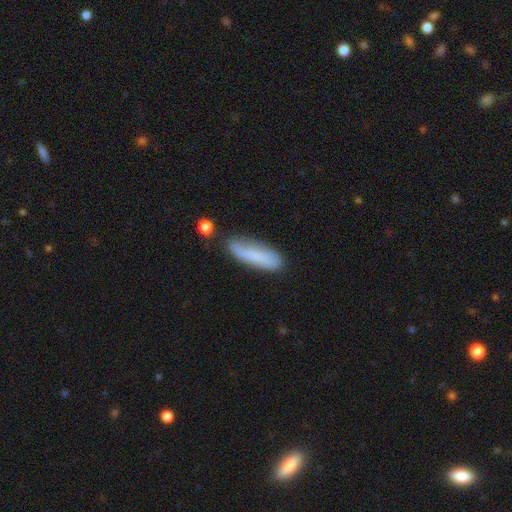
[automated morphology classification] Smooth or featured: smooth — 69% (featured or disk — 23%)
How rounded: cigar-shaped — 57% (in between — 41%)
Merging: none — 63% (minor disturbance — 24%)